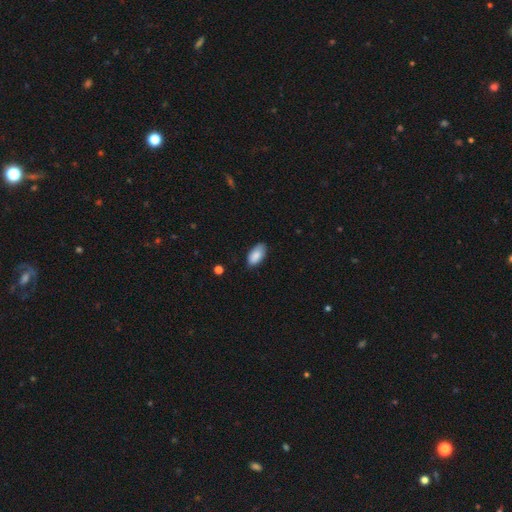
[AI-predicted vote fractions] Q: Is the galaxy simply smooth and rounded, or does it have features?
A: smooth — 88%.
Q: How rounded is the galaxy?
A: in between — 95%.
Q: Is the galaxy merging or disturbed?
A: none — 80%.